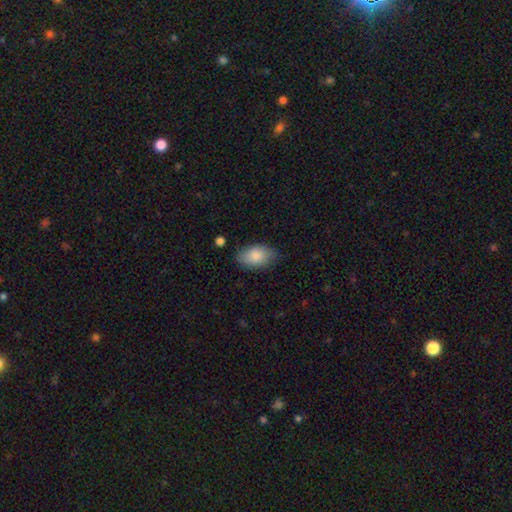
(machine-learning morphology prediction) smooth-or-featured: smooth: 85% | featured or disk: 9% | star or artifact: 6%
  how-rounded: in between: 92% | round: 6% | cigar-shaped: 2%
  merging: none: 79% | minor disturbance: 16% | major disturbance: 4% | merger: 2%